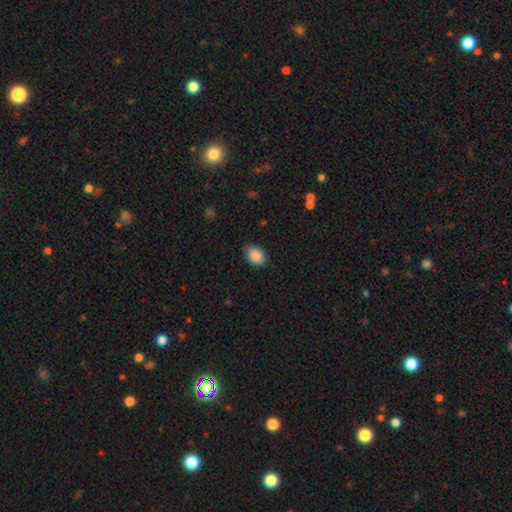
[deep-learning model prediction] smooth 89%, star or artifact 7%, featured or disk 4%. Down the decision tree: how rounded — in between (79%); merging — none (81%).